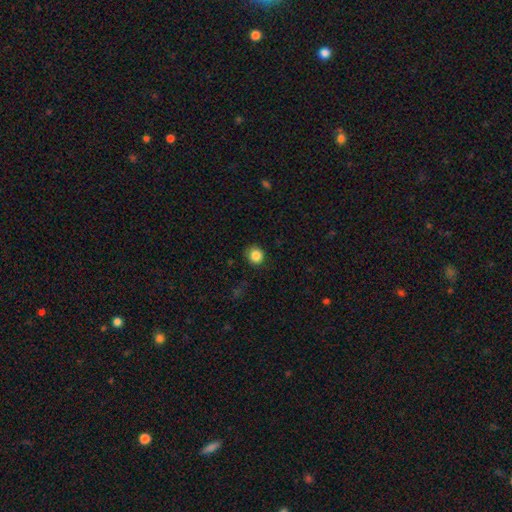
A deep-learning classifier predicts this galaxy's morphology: A smooth galaxy with no disk features (86%) that is round (89%).

Vote fractions:
- Smooth or featured? smooth: 86% / star or artifact: 10% / featured or disk: 4%
- How rounded? round: 89% / in between: 10% / cigar-shaped: 1%
- Merging? none: 85% / minor disturbance: 11% / major disturbance: 3% / merger: 1%